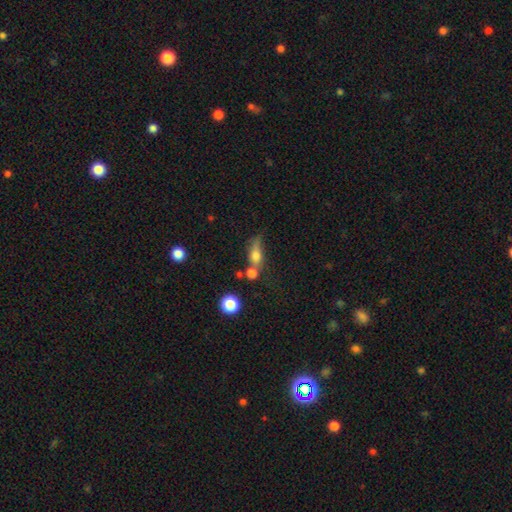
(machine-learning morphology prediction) A smooth galaxy with no disk features (70%) that is in between round and cigar-shaped (56%). Merging: none (38%).